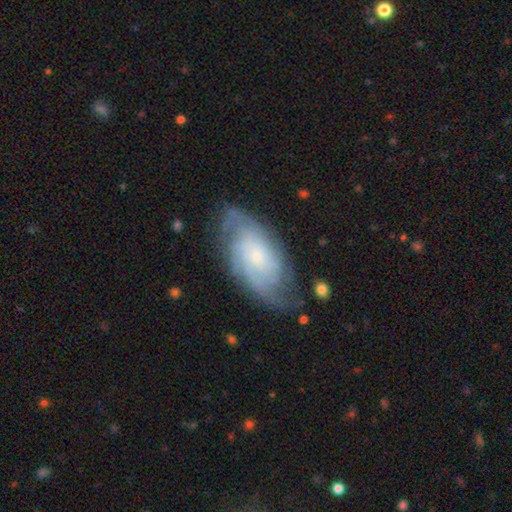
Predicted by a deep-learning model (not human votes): The model was most divided on "spiral arm count": can't tell: 37%, 2: 25%, 3: 16%, 4: 11%, more than 4: 6%, 1: 5%. More confident: edge-on disk — no (95%); spiral arms — yes (94%); smooth or featured — featured or disk (80%); bulge size — small (73%); bar — no (73%); merging — none (71%); spiral winding — tight (58%).